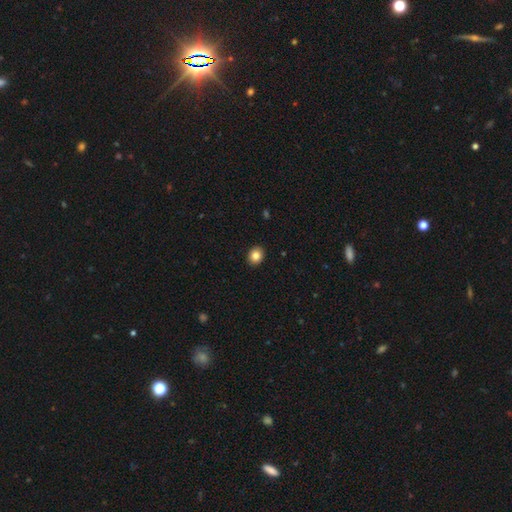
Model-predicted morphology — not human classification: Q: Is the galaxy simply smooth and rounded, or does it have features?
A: smooth — 84%.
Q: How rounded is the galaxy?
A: round — 63%.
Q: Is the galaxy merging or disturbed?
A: none — 92%.